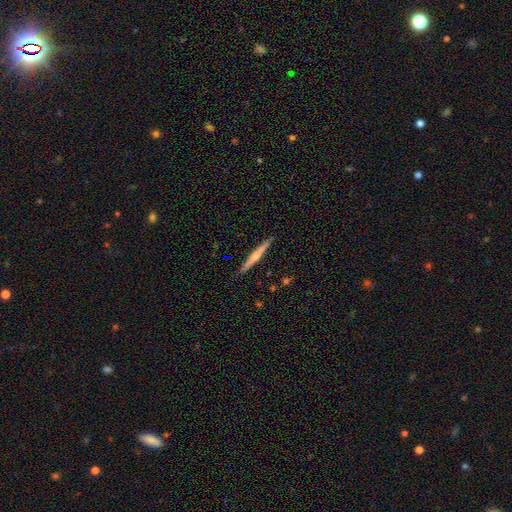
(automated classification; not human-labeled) A featured or disk galaxy (55%) viewed edge-on (97%) with a rounded central bulge (67%).

Vote fractions:
- Smooth or featured? featured or disk: 55% / smooth: 39% / star or artifact: 6%
- Edge-on disk? yes: 97% / no: 3%
- Edge-on bulge? rounded: 67% / none: 28% / boxy: 5%
- Merging? none: 91% / minor disturbance: 7% / major disturbance: 1% / merger: 1%